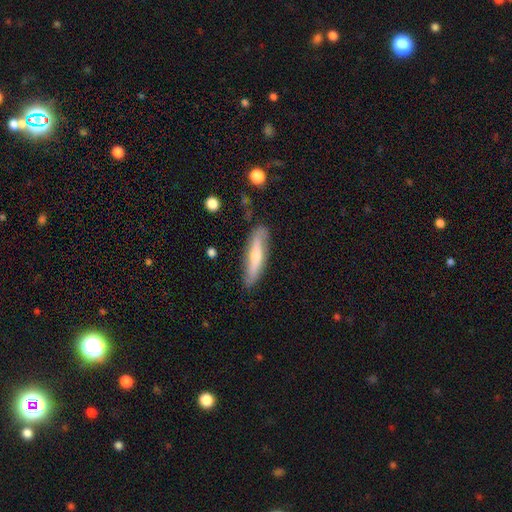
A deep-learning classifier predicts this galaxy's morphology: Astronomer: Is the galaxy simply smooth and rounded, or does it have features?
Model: featured or disk — 57% (runner-up: smooth, 38%).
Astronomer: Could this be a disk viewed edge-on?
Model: yes — 62% (runner-up: no, 38%).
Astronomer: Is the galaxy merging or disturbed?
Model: none — 80%.